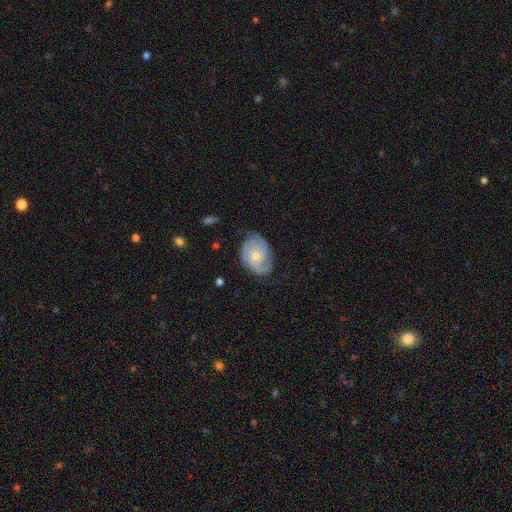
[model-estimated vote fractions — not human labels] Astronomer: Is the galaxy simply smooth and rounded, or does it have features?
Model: featured or disk — 81%.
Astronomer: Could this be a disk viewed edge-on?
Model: no — 97%.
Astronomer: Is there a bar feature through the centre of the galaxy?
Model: no — 74%.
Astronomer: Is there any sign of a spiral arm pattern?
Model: yes — 97%.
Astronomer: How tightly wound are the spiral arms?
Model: tight — 51% (runner-up: medium, 40%).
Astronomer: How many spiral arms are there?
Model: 3 — 49%.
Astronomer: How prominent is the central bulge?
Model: small — 59% (runner-up: moderate, 36%).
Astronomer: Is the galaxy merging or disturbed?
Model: none — 74%.